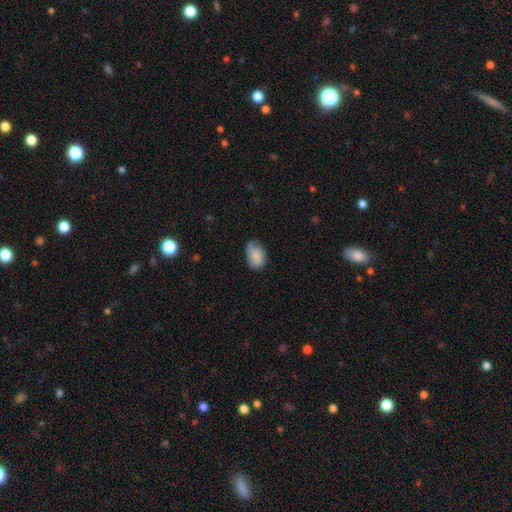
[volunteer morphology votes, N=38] This is likely a smooth galaxy (76%). How rounded: clearly in between (86%). Merging: marginally none (40%).